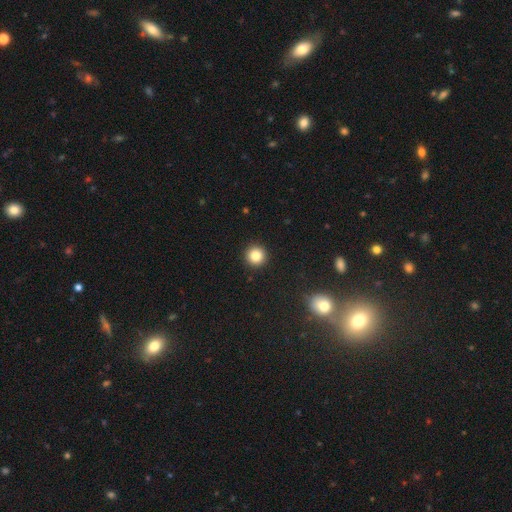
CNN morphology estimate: This appears to be a smooth galaxy with no disk features (84%) that is round (95%). Merging: none (93%).